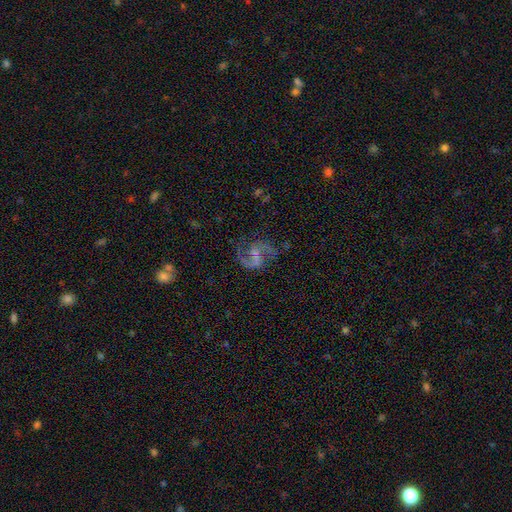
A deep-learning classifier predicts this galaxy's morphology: Q: Smooth or featured?
A: featured or disk (86%); runner-up: star or artifact (7%)
Q: Edge-on disk?
A: no (98%); runner-up: yes (2%)
Q: Bar?
A: weak (48%); runner-up: no (34%)
Q: Spiral arms?
A: yes (96%); runner-up: no (4%)
Q: Spiral winding?
A: medium (47%); runner-up: loose (45%)
Q: Spiral arm count?
A: 2 (91%); runner-up: 1 (4%)
Q: Bulge size?
A: none (43%); runner-up: small (38%)
Q: Merging?
A: none (65%); runner-up: minor disturbance (16%)